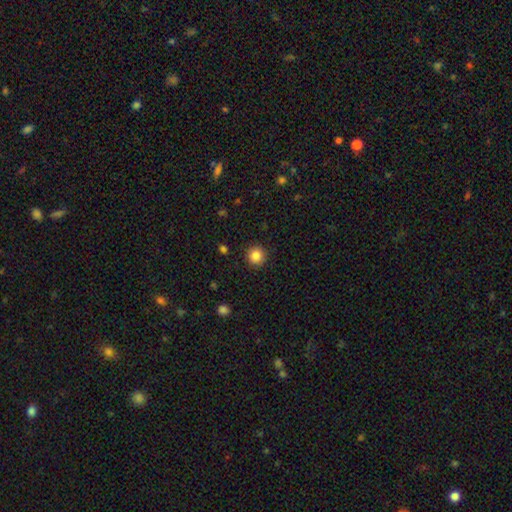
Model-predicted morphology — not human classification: Q: Smooth or featured?
A: smooth (86%); runner-up: star or artifact (10%)
Q: How rounded?
A: round (94%); runner-up: in between (5%)
Q: Merging?
A: none (91%); runner-up: minor disturbance (6%)